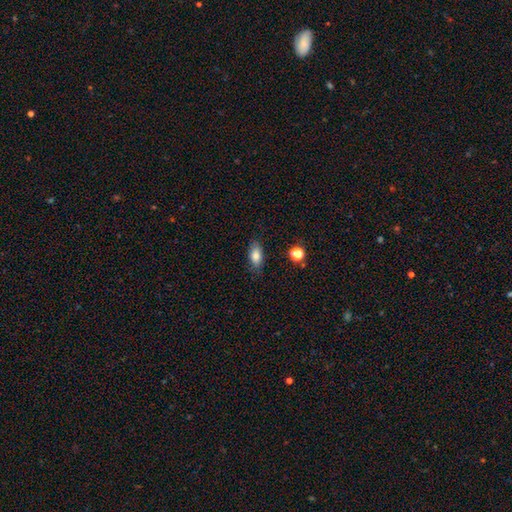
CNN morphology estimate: A smooth galaxy with no disk features (82%) that is in between round and cigar-shaped (86%).

Vote fractions:
- Smooth or featured? smooth: 82% / featured or disk: 10% / star or artifact: 9%
- How rounded? in between: 86% / cigar-shaped: 9% / round: 5%
- Merging? none: 82% / minor disturbance: 14% / major disturbance: 3% / merger: 2%